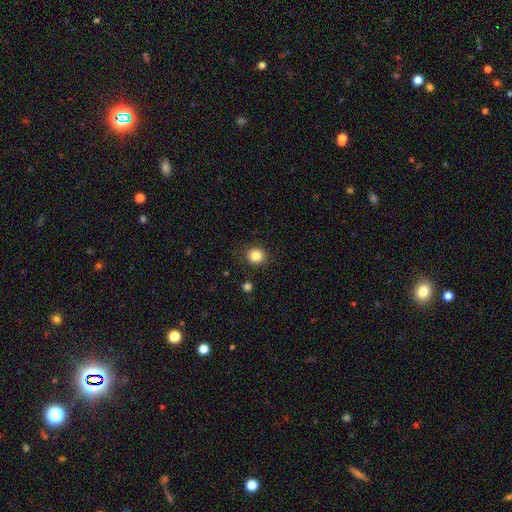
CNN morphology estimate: This appears to be a smooth galaxy with no disk features (84%) that is round (88%). Merging: none (89%).